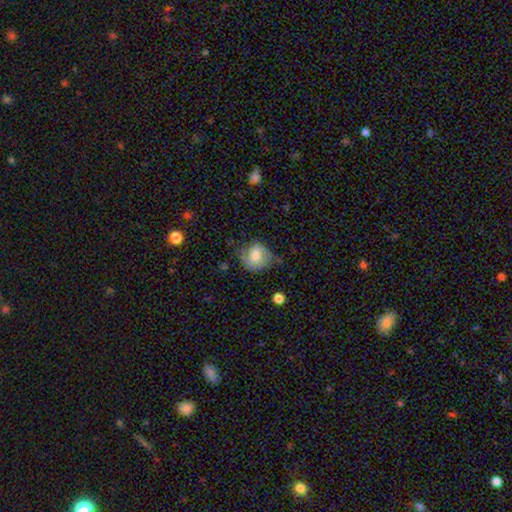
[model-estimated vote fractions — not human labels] Smooth or featured? Predicted: smooth (p=0.65). How rounded? Predicted: round (p=0.73). Merging? Predicted: none (p=0.54).